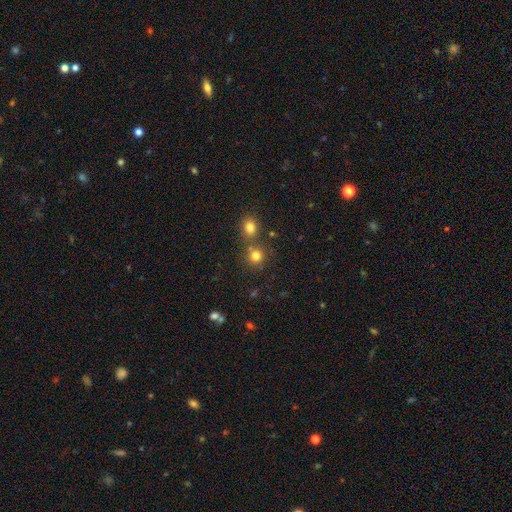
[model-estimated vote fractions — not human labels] Smooth or featured? smooth (78%)
How rounded? round (86%)
Merging? none (62%)